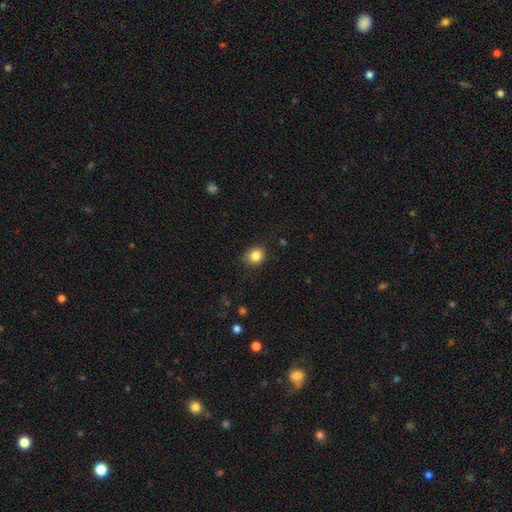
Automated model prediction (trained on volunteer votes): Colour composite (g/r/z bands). It shows a smooth galaxy with no disk features (85%) that is round (66%). Merging: none (78%).